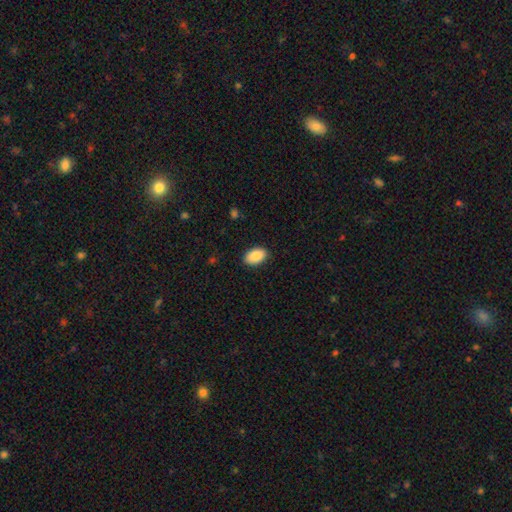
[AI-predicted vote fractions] The model was most divided on "merging": none: 88%, minor disturbance: 9%, major disturbance: 2%, merger: 1%. More confident: how rounded — in between (93%); smooth or featured — smooth (89%).